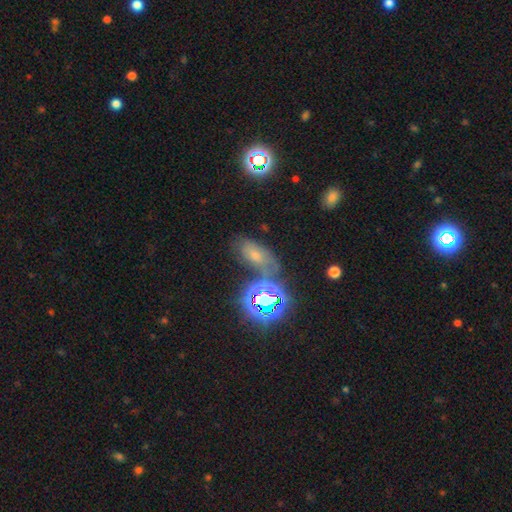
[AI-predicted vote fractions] star or artifact 44%, smooth 37%, featured or disk 18%.